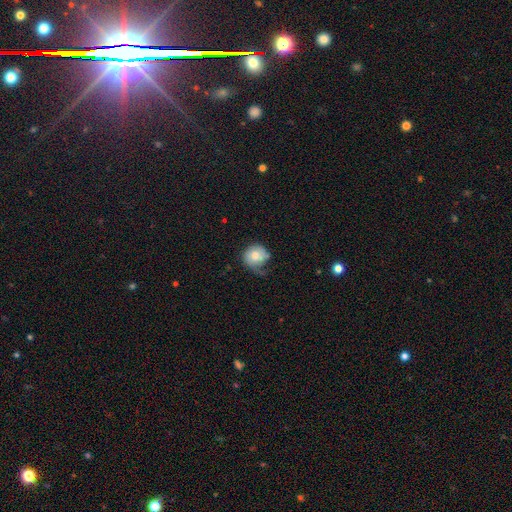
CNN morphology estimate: Smooth or featured: smooth — 65% (featured or disk — 28%)
How rounded: round — 82% (in between — 17%)
Merging: none — 39% (minor disturbance — 32%)